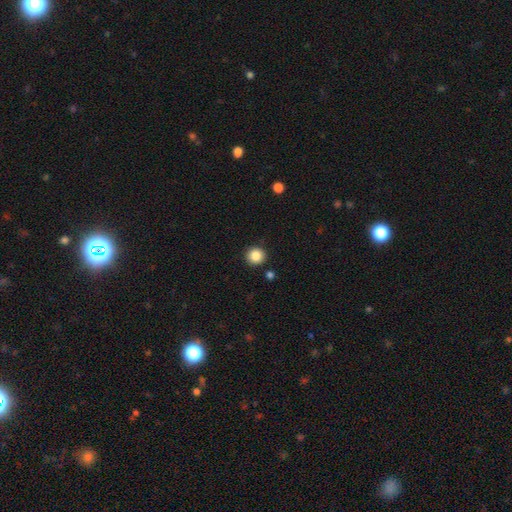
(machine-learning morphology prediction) A smooth galaxy with no disk features (86%) that is round (93%).

Vote fractions:
- Smooth or featured? smooth: 86% / star or artifact: 10% / featured or disk: 4%
- How rounded? round: 93% / in between: 6% / cigar-shaped: 1%
- Merging? none: 90% / minor disturbance: 6% / merger: 2% / major disturbance: 2%